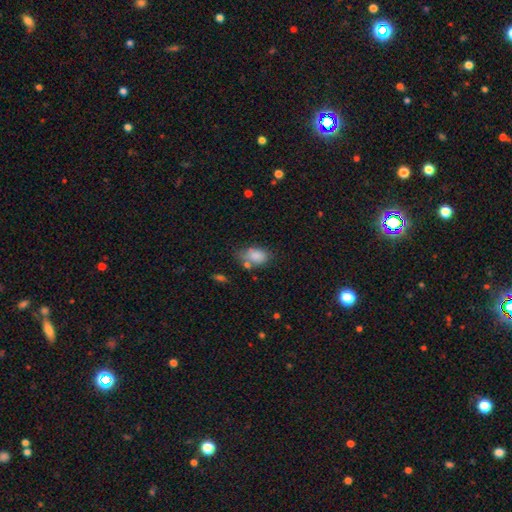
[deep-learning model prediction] Q: Smooth or featured?
A: smooth (81%); runner-up: featured or disk (10%)
Q: How rounded?
A: in between (86%); runner-up: round (13%)
Q: Merging?
A: none (47%); runner-up: minor disturbance (28%)